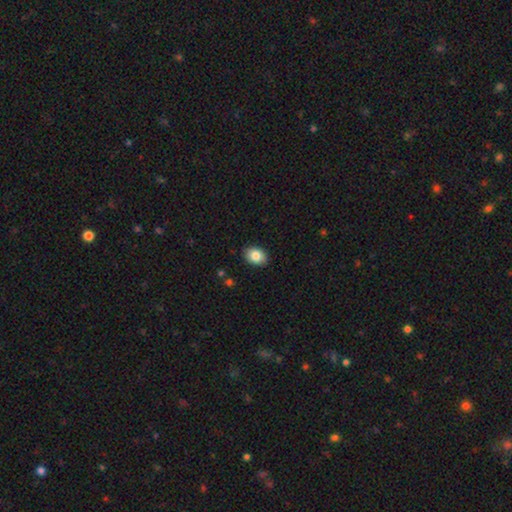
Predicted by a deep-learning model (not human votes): smooth_or_featured: smooth (p=0.84) [alt: featured or disk p=0.08]
how_rounded: in between (p=0.73) [alt: round p=0.26]
merging: none (p=0.88) [alt: minor disturbance p=0.09]